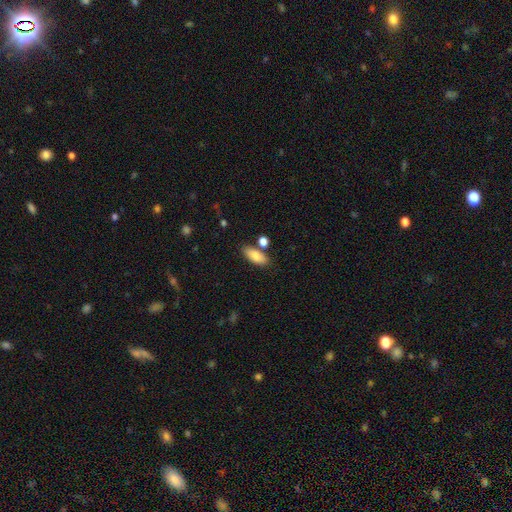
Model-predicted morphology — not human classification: This appears to be a smooth galaxy with no disk features (84%) that is in between round and cigar-shaped (83%). Merging: none (75%).